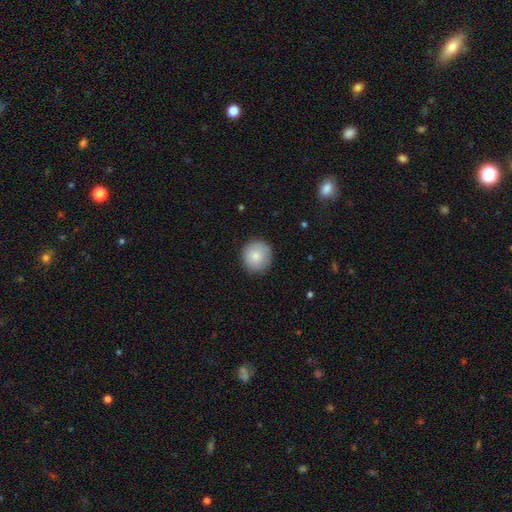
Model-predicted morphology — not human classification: type=smooth (84%); roundness=round (92%); merging=none (87%).